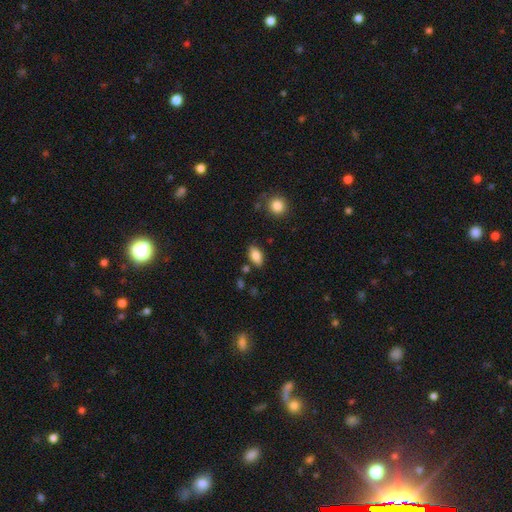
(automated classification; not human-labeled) Smooth or featured? smooth (83%)
How rounded? in between (90%)
Merging? none (81%)